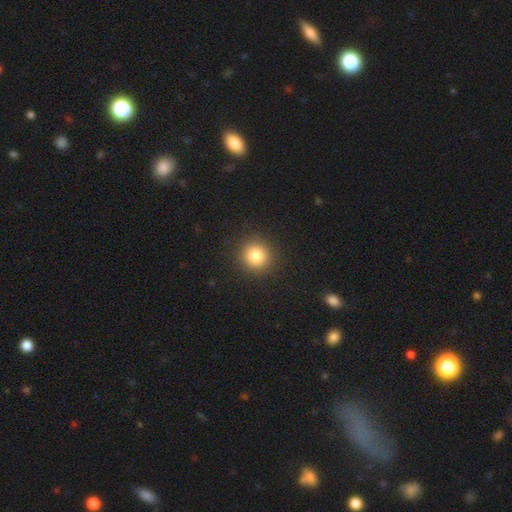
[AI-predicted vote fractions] Smooth or featured: smooth — 83% (star or artifact — 11%)
How rounded: round — 93% (in between — 6%)
Merging: none — 91% (minor disturbance — 6%)